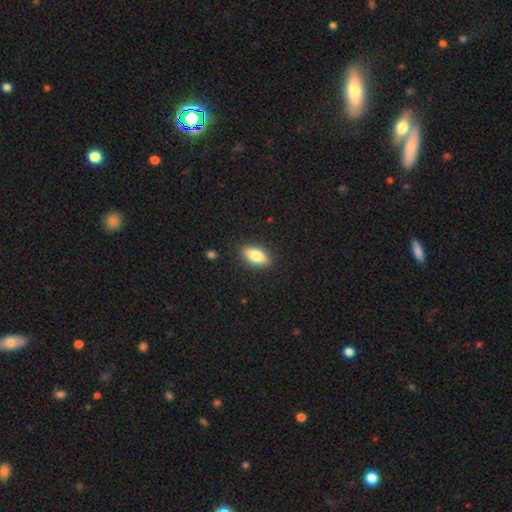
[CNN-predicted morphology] type=smooth (77%); roundness=in between (83%); merging=none (88%).